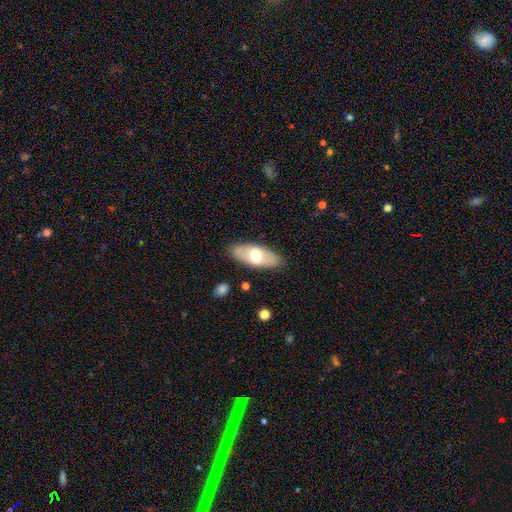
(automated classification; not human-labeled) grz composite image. It shows a smooth galaxy with no disk features (58%) that is in between round and cigar-shaped (85%). Merging: none (85%).